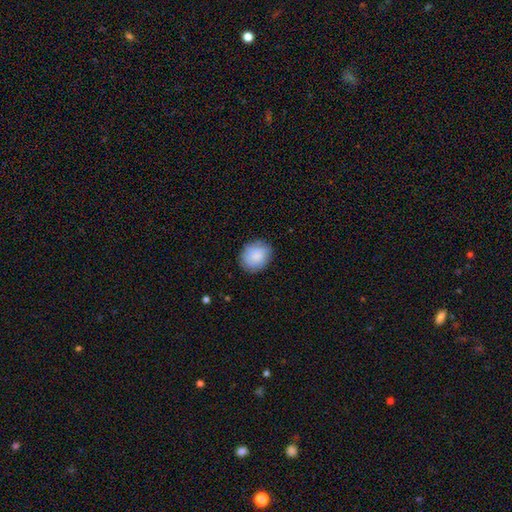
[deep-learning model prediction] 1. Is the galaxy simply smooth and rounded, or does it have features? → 85% smooth, 8% featured or disk, 7% star or artifact.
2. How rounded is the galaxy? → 61% round, 39% in between, 1% cigar-shaped.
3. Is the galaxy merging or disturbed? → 82% none, 13% minor disturbance, 3% major disturbance, 1% merger.